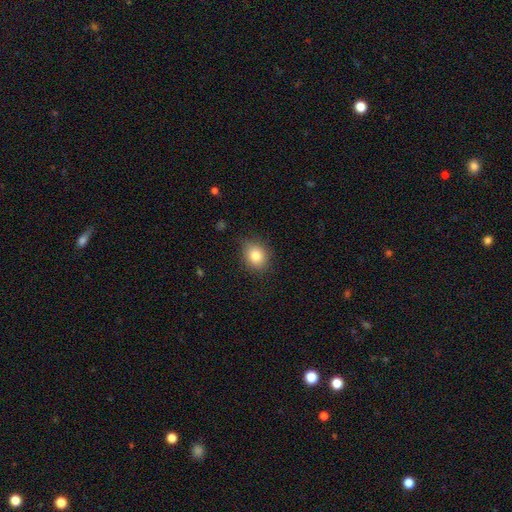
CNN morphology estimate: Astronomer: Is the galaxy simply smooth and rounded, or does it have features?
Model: smooth — 81%.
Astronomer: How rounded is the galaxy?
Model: round — 65%.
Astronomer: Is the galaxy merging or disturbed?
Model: none — 83%.